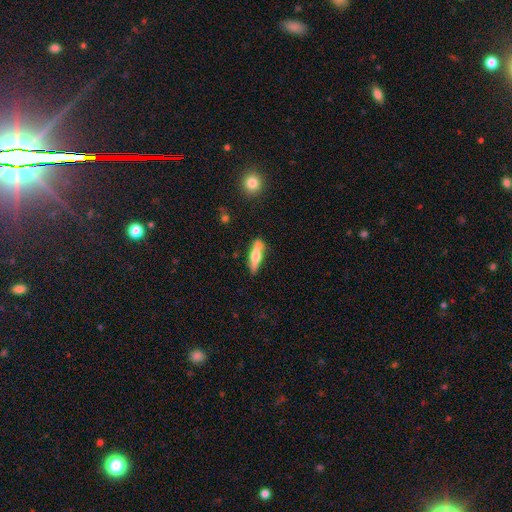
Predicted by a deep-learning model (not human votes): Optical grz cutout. It shows a smooth galaxy with no disk features (49%). Merging: none (73%).